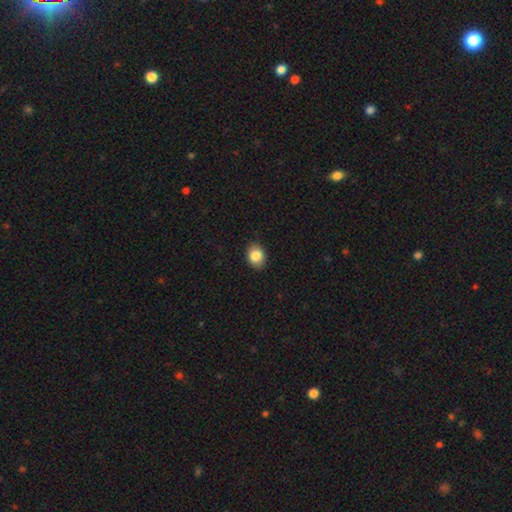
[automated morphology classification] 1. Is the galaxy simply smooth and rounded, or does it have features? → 85% smooth, 9% star or artifact, 6% featured or disk.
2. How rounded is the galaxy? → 57% in between, 42% round, 1% cigar-shaped.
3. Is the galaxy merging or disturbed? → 89% none, 8% minor disturbance, 2% major disturbance, 1% merger.